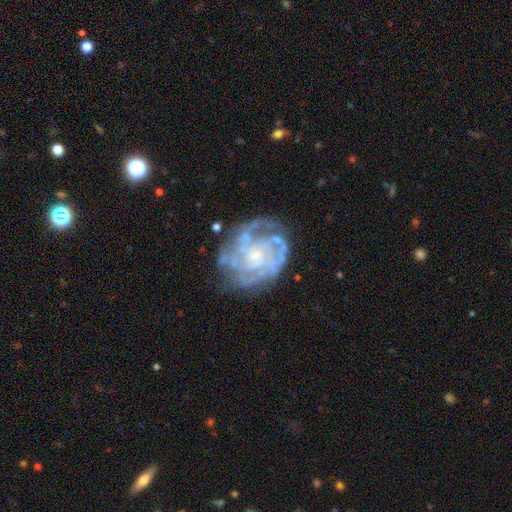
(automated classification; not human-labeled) Morphology: type=featured or disk (85%); edge-on=no (98%); bar=no (76%); spiral arms=yes (93%); winding=tight (67%); arm count=can't tell (35%); bulge=small (67%); merging=none (68%).